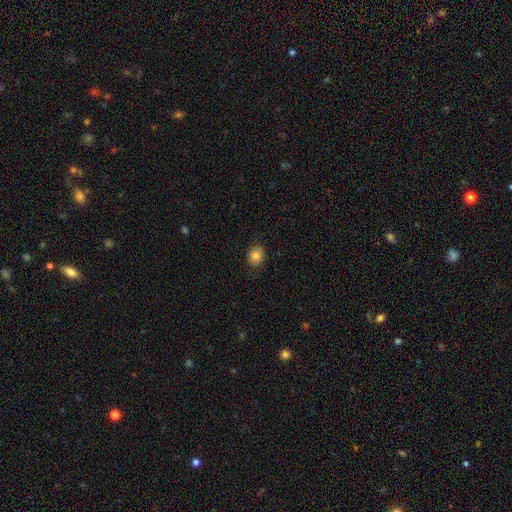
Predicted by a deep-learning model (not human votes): The model was most divided on "how rounded": round: 55%, in between: 44%, cigar-shaped: 1%. More confident: merging — none (87%); smooth or featured — smooth (82%).